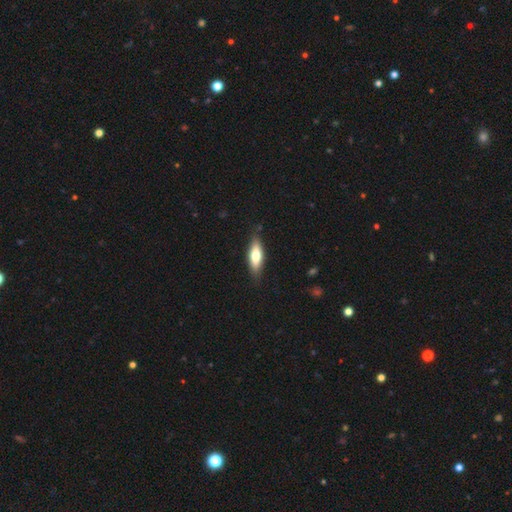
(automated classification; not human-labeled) Smooth or featured?
  - smooth: 65% *
  - featured or disk: 30%
  - star or artifact: 6%
How rounded?
  - in between: 57% *
  - cigar-shaped: 40%
  - round: 2%
Merging?
  - none: 84% *
  - minor disturbance: 13%
  - major disturbance: 2%
  - merger: 1%